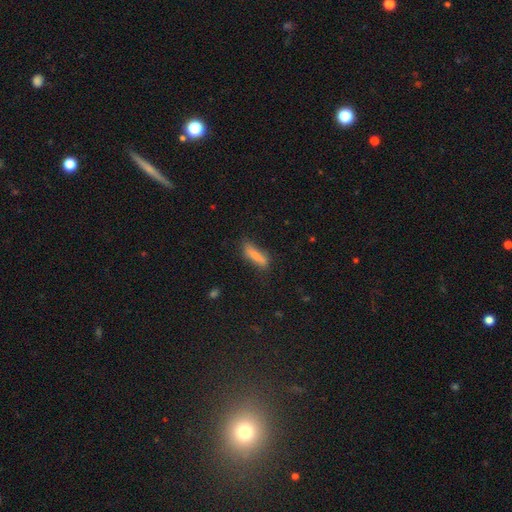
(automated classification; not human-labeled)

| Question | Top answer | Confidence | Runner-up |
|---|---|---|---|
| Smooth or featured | smooth | 83% | featured or disk (10%) |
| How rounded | cigar-shaped | 68% | in between (30%) |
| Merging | none | 70% | minor disturbance (21%) |